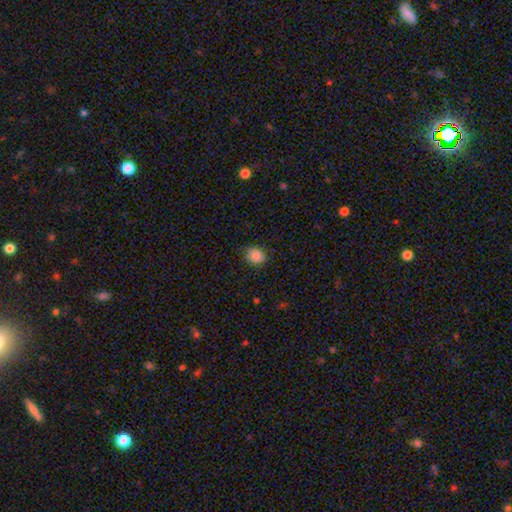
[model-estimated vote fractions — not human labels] Morphology: type=smooth (86%); roundness=round (60%); merging=none (85%).